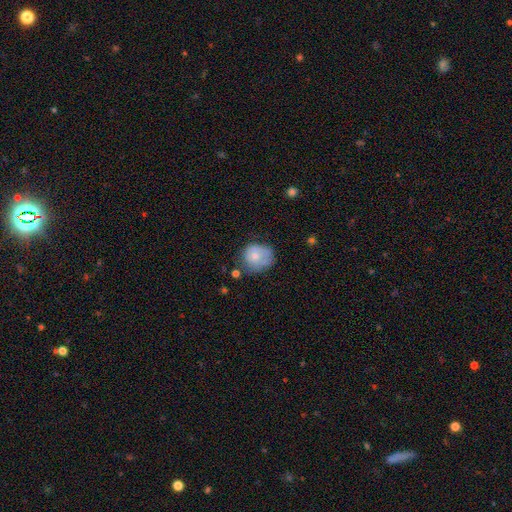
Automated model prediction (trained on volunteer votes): A smooth galaxy with no disk features (69%) that is round (75%).

Vote fractions:
- Smooth or featured? smooth: 69% / featured or disk: 23% / star or artifact: 8%
- How rounded? round: 75% / in between: 24% / cigar-shaped: 1%
- Merging? none: 49% / minor disturbance: 31% / major disturbance: 13% / merger: 6%